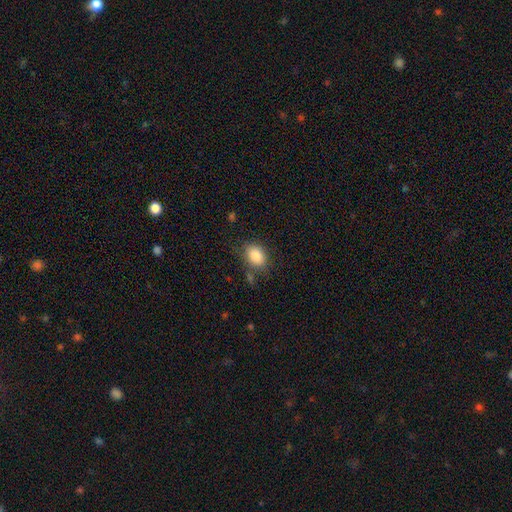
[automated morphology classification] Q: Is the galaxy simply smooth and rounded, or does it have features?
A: smooth — 85%.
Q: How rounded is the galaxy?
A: in between — 74%.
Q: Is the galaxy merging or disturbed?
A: none — 76%.